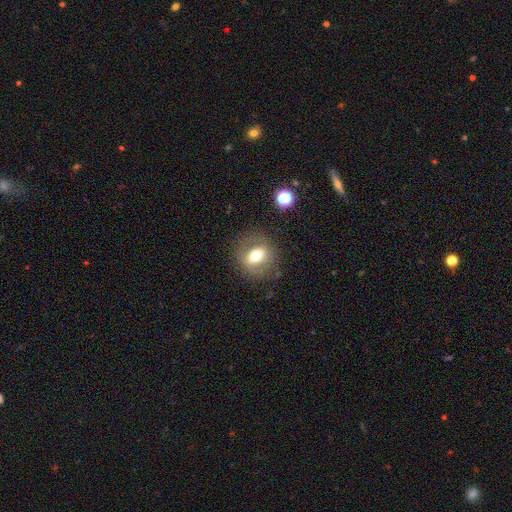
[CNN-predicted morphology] Smooth or featured? Predicted: smooth (p=0.51). How rounded? Predicted: round (p=0.69). Merging? Predicted: none (p=0.77).